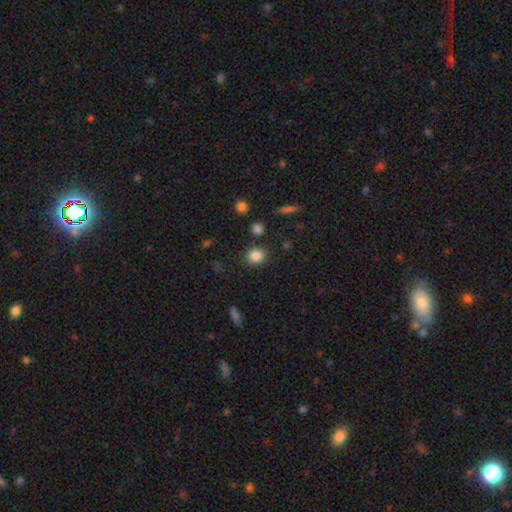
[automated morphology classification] The model was most divided on "how rounded": round: 77%, in between: 22%, cigar-shaped: 1%. More confident: merging — none (85%); smooth or featured — smooth (85%).